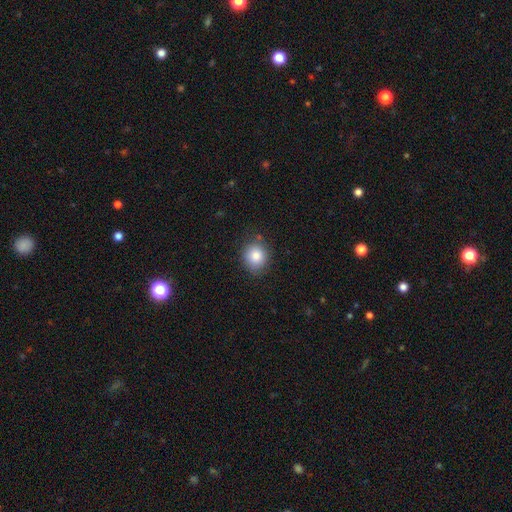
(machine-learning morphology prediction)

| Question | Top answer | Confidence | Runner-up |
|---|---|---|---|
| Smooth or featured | smooth | 84% | star or artifact (10%) |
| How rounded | round | 78% | in between (21%) |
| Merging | none | 82% | minor disturbance (13%) |